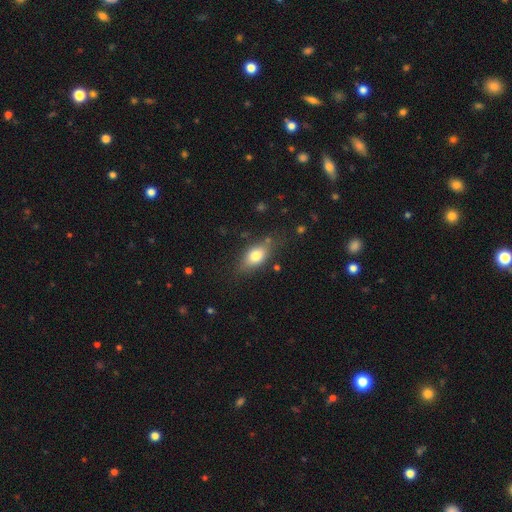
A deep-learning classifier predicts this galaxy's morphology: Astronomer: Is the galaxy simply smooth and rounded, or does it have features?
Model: smooth — 75%.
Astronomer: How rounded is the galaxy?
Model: in between — 81%.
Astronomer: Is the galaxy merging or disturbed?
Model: none — 74%.